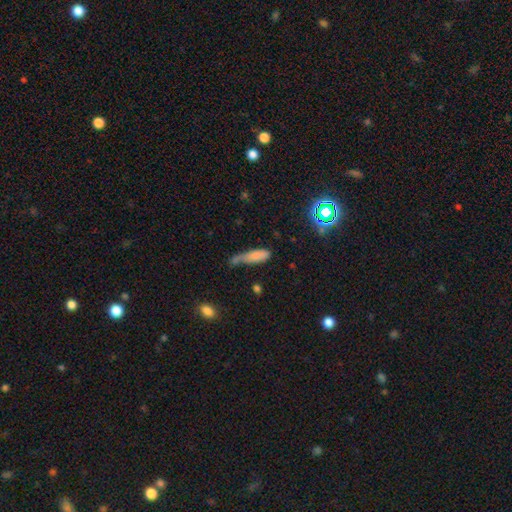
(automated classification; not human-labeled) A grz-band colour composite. It shows a smooth galaxy with no disk features (73%) that is cigar-shaped (51%). Merging: minor disturbance (32%).